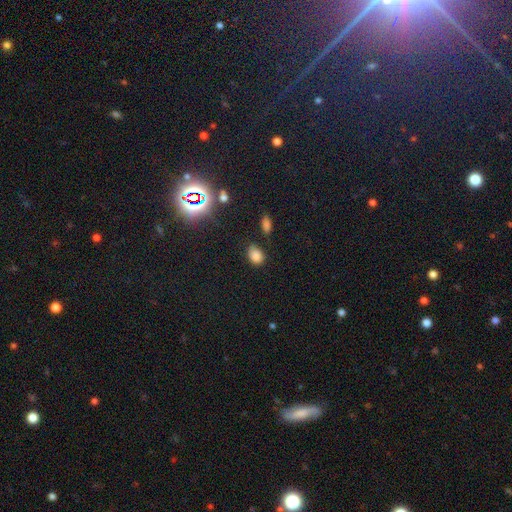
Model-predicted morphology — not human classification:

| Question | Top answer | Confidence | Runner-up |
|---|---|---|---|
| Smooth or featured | smooth | 78% | star or artifact (16%) |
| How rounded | in between | 71% | round (28%) |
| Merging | none | 70% | minor disturbance (21%) |